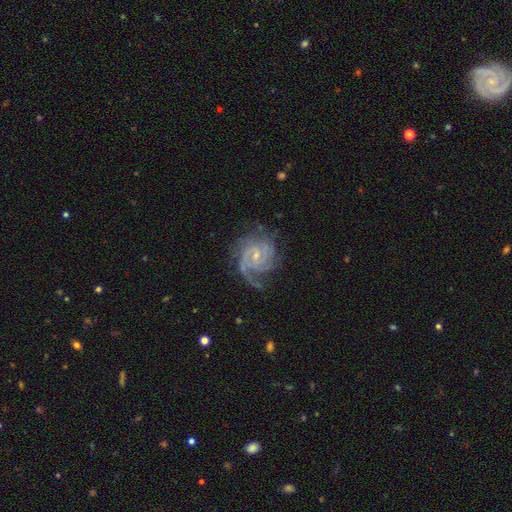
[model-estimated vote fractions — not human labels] Smooth or featured?
  - featured or disk: 89% *
  - smooth: 6%
  - star or artifact: 6%
Edge-on disk?
  - no: 98% *
  - yes: 2%
Bar?
  - no: 48% *
  - weak: 44%
  - strong: 8%
Spiral arms?
  - yes: 98% *
  - no: 2%
Spiral winding?
  - tight: 50% *
  - medium: 40%
  - loose: 10%
Spiral arm count?
  - 2: 30% *
  - 3: 28%
  - can't tell: 18%
  - 4: 9%
  - 1: 8%
  - more than 4: 6%
Bulge size?
  - small: 73% *
  - moderate: 21%
  - none: 4%
  - large: 1%
  - dominant: 1%
Merging?
  - none: 65% *
  - minor disturbance: 20%
  - major disturbance: 14%
  - merger: 2%